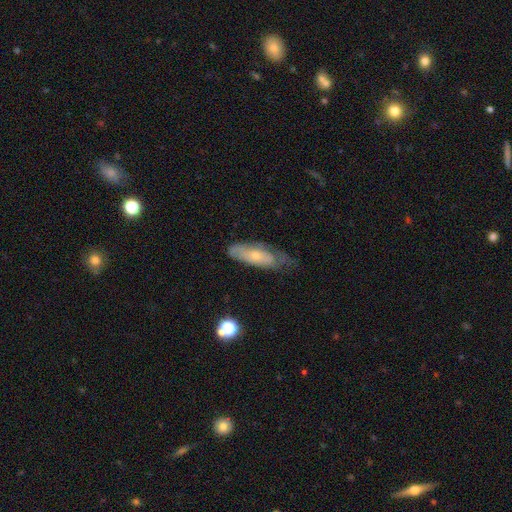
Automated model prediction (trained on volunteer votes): Smooth or featured? Predicted: smooth (p=0.47). Merging? Predicted: none (p=0.42).